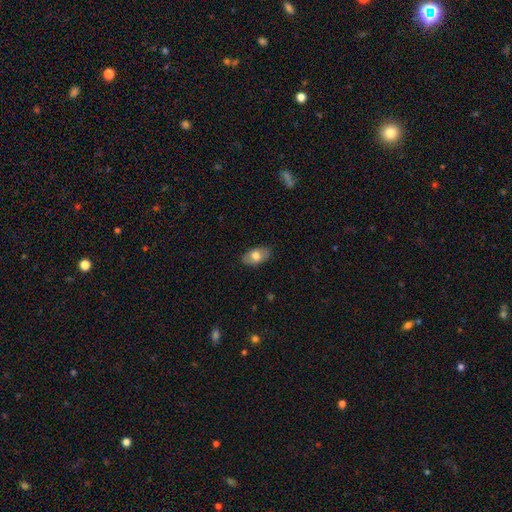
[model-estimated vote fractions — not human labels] The model was most divided on "smooth or featured": smooth: 73%, featured or disk: 20%, star or artifact: 7%. More confident: how rounded — in between (92%); merging — none (85%).